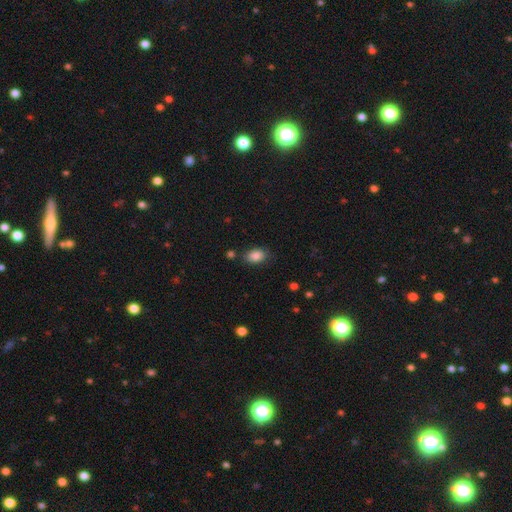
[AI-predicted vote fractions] smooth-or-featured: smooth: 87% | star or artifact: 9% | featured or disk: 5%
  how-rounded: in between: 85% | round: 14% | cigar-shaped: 1%
  merging: none: 79% | minor disturbance: 14% | major disturbance: 4% | merger: 3%